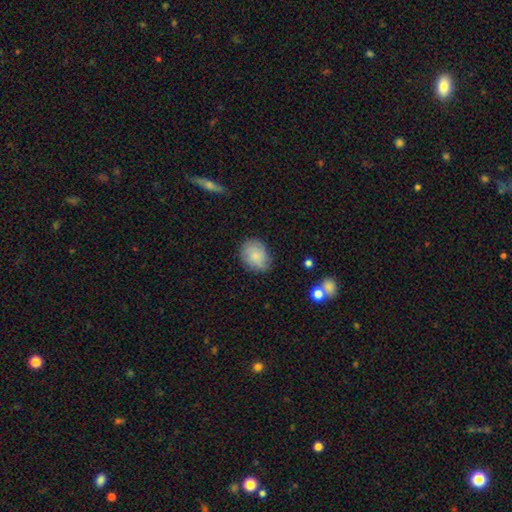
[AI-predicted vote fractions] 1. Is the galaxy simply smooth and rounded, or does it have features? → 75% smooth, 17% featured or disk, 8% star or artifact.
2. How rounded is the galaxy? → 51% in between, 48% round, 1% cigar-shaped.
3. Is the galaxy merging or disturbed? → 76% none, 18% minor disturbance, 4% major disturbance, 1% merger.